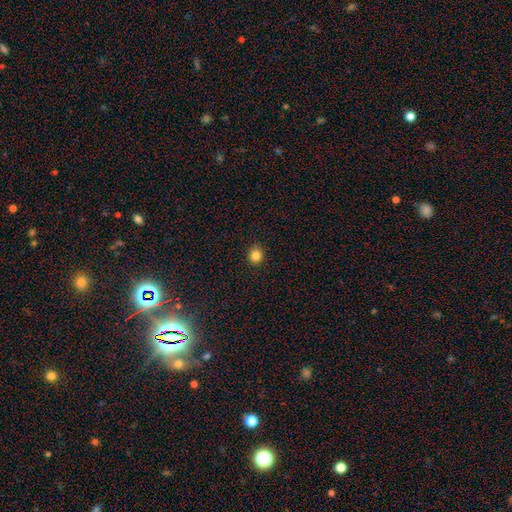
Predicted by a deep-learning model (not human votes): Smooth or featured? Predicted: smooth (p=0.84). How rounded? Predicted: round (p=0.86). Merging? Predicted: none (p=0.91).